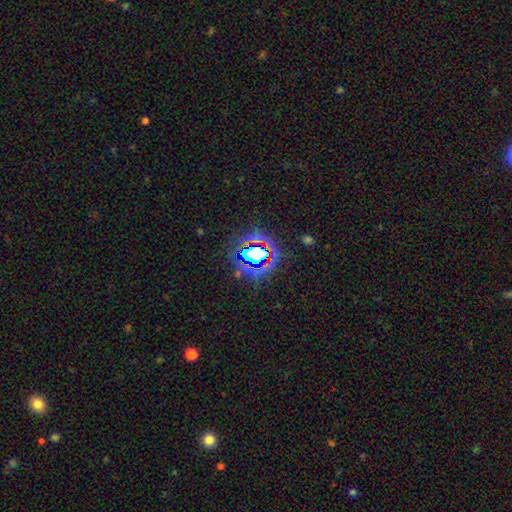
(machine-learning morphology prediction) A star or artifact, not a galaxy (69%).